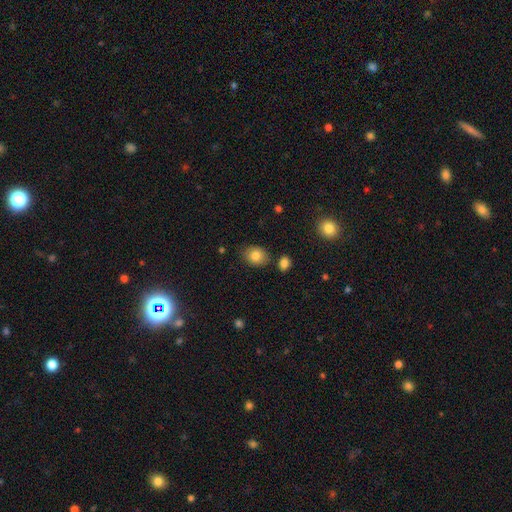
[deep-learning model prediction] smooth-or-featured: smooth: 82% | star or artifact: 9% | featured or disk: 8%
  how-rounded: in between: 53% | round: 46% | cigar-shaped: 1%
  merging: none: 80% | minor disturbance: 12% | merger: 5% | major disturbance: 3%